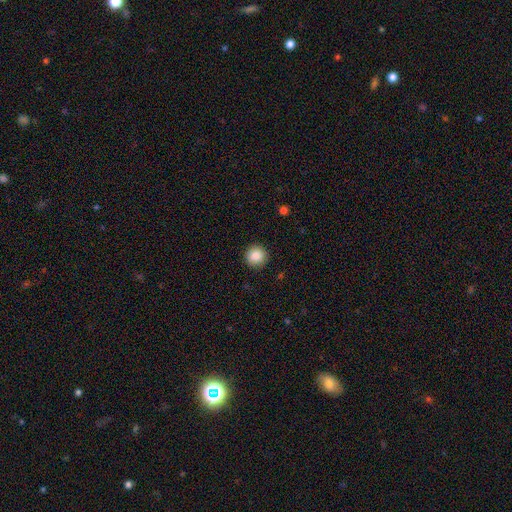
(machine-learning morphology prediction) The model was most divided on "smooth or featured": smooth: 87%, star or artifact: 9%, featured or disk: 4%. More confident: how rounded — round (94%); merging — none (92%).